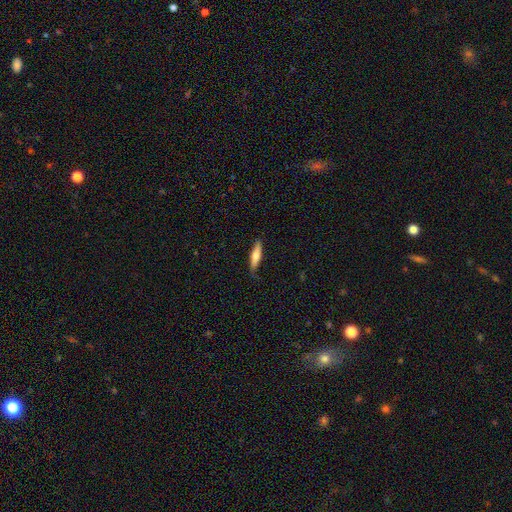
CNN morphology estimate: type=smooth (61%); roundness=cigar-shaped (80%); merging=none (80%).